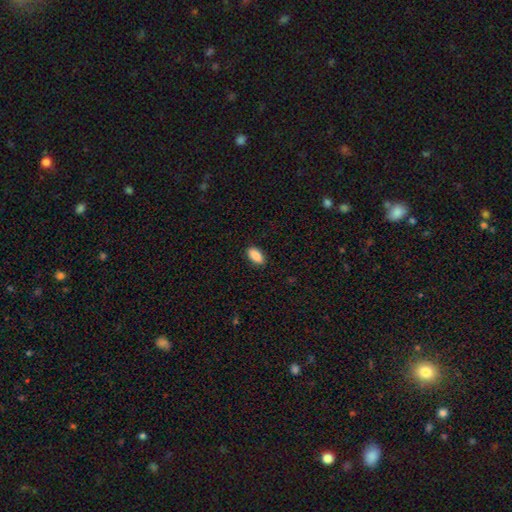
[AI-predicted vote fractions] Smooth or featured? Predicted: smooth (p=0.89). How rounded? Predicted: in between (p=0.92). Merging? Predicted: none (p=0.89).